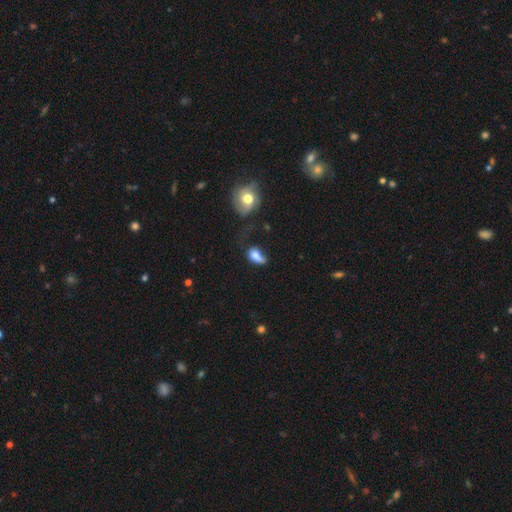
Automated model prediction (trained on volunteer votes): Smooth or featured? smooth (72%)
How rounded? in between (75%)
Merging? major disturbance (37%)